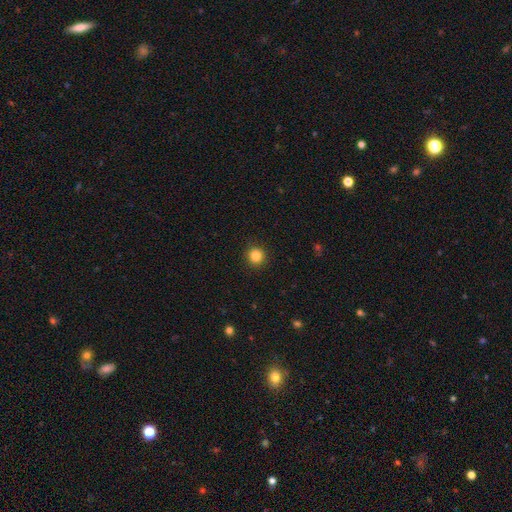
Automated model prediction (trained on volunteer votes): A smooth galaxy with no disk features (85%) that is round (93%). Merging: none (92%).